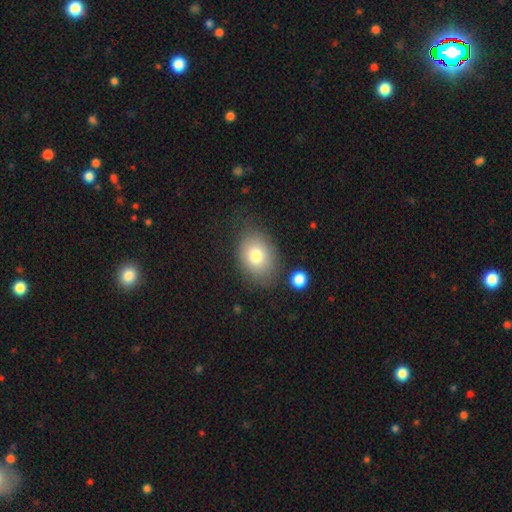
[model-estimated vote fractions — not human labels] Overall: smooth (77%). How rounded: in between (65%; round 34%). Merging: none (73%).